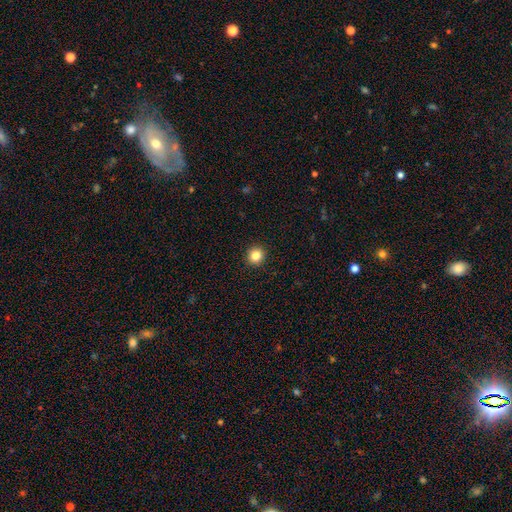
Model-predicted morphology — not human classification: This appears to be a smooth galaxy with no disk features (84%) that is round (92%). Merging: none (93%).